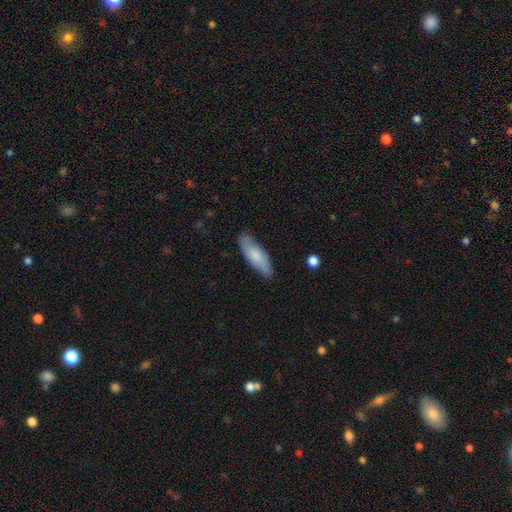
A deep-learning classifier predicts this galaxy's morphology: smooth 72%, featured or disk 23%, star or artifact 6%. Down the decision tree: how rounded — in between (56%); merging — none (81%).